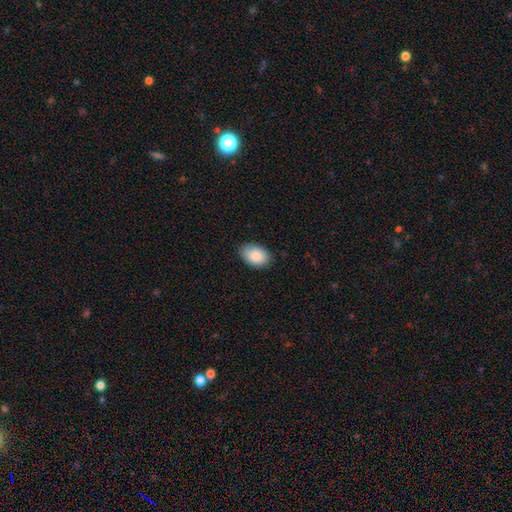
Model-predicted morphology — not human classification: Q: Smooth or featured?
A: smooth (89%); runner-up: star or artifact (6%)
Q: How rounded?
A: in between (88%); runner-up: round (11%)
Q: Merging?
A: none (85%); runner-up: minor disturbance (12%)